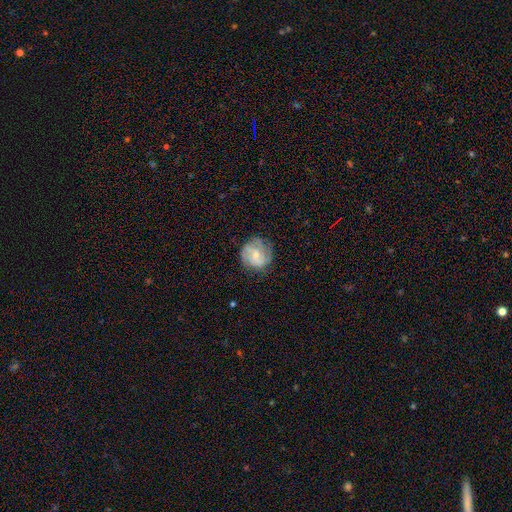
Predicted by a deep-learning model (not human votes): Smooth or featured?
  - featured or disk: 53% *
  - smooth: 39%
  - star or artifact: 7%
Edge-on disk?
  - no: 98% *
  - yes: 2%
Bar?
  - no: 56% *
  - weak: 37%
  - strong: 7%
Spiral arms?
  - yes: 77% *
  - no: 23%
Bulge size?
  - small: 47% *
  - moderate: 46%
  - none: 4%
  - large: 3%
  - dominant: 1%
Merging?
  - none: 68% *
  - minor disturbance: 22%
  - major disturbance: 9%
  - merger: 1%